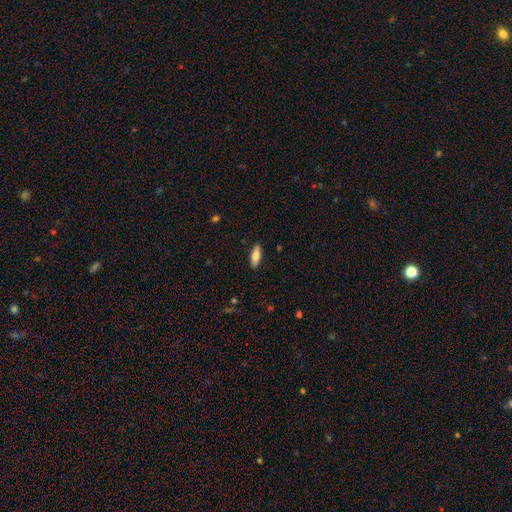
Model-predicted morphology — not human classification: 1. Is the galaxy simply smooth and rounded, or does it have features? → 72% smooth, 22% featured or disk, 6% star or artifact.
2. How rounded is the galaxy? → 66% in between, 32% cigar-shaped, 2% round.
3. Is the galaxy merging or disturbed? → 89% none, 8% minor disturbance, 2% major disturbance, 1% merger.